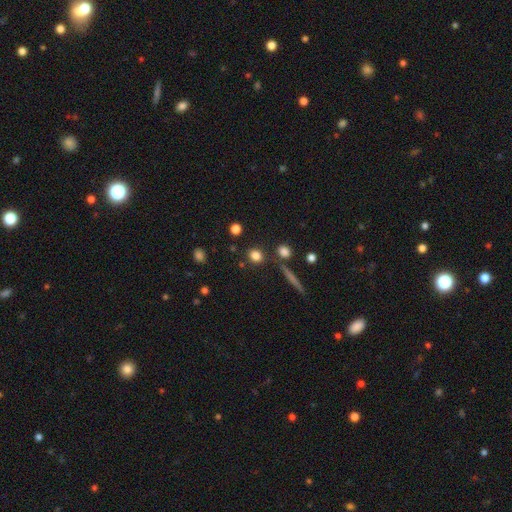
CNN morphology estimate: This appears to be a smooth galaxy with no disk features (82%) that is round (70%). Merging: none (82%).